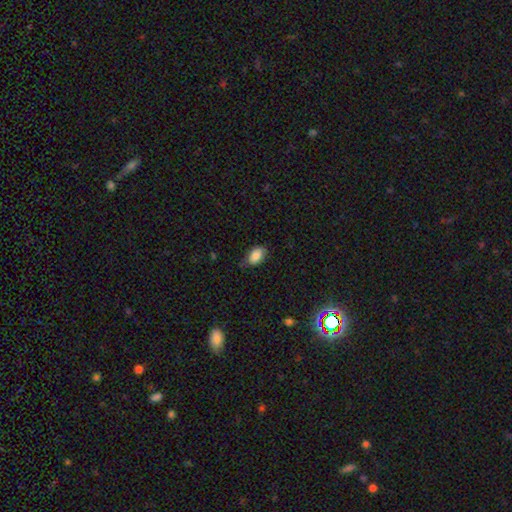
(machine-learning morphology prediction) The model was most divided on "merging": none: 71%, minor disturbance: 23%, major disturbance: 4%, merger: 1%. More confident: how rounded — in between (90%); smooth or featured — smooth (84%).